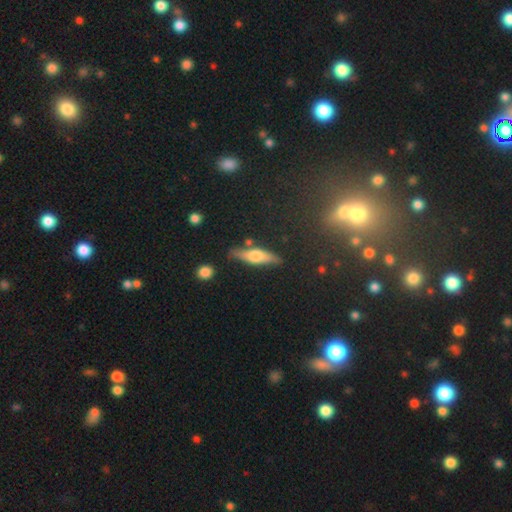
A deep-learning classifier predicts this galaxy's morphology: Smooth or featured? Predicted: featured or disk (p=0.49). Merging? Predicted: none (p=0.78).